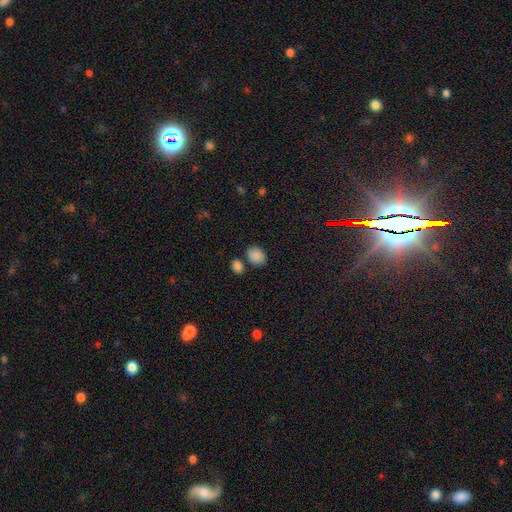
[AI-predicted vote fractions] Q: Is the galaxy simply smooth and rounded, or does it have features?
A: smooth — 87%.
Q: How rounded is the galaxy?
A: in between — 60%.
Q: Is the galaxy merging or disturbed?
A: none — 72%.